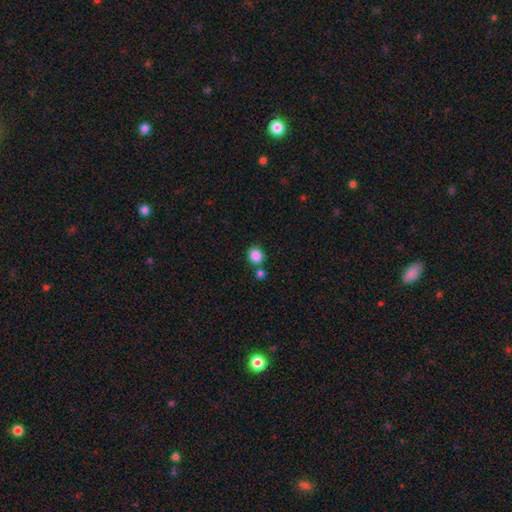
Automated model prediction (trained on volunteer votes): Smooth or featured: smooth — 87% (star or artifact — 10%)
How rounded: round — 74% (in between — 25%)
Merging: none — 70% (merger — 17%)